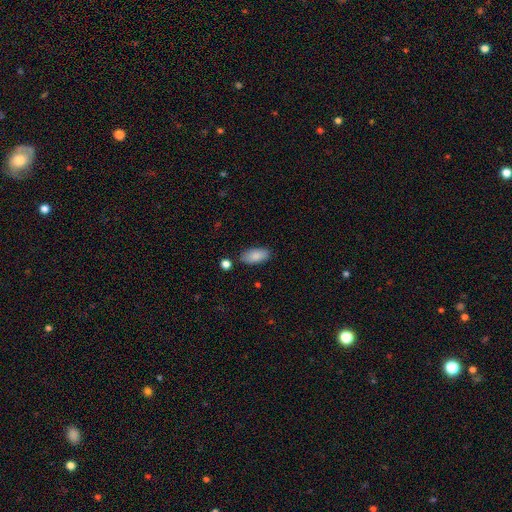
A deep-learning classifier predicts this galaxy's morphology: This is clearly a smooth galaxy (86%). How rounded: clearly in between (92%). Merging: clearly none (83%).